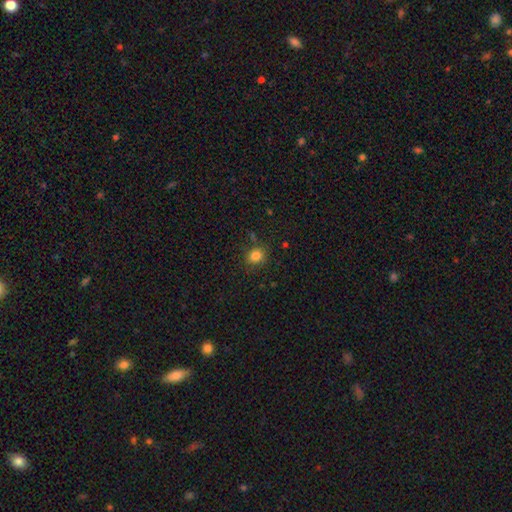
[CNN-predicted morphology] type=smooth (82%); roundness=round (70%); merging=none (81%).